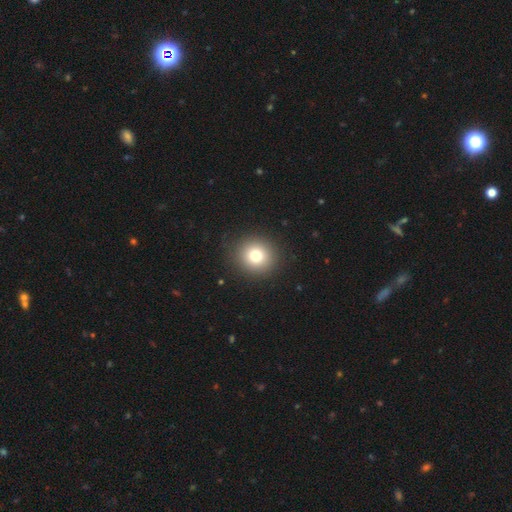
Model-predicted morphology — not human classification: Smooth or featured: smooth — 77% (star or artifact — 13%)
How rounded: round — 91% (in between — 8%)
Merging: none — 90% (minor disturbance — 7%)